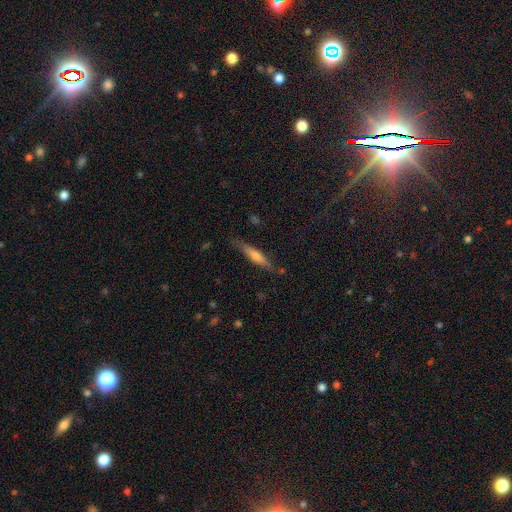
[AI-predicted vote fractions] This is possibly a featured or disk galaxy (47%). Merging: clearly none (82%).